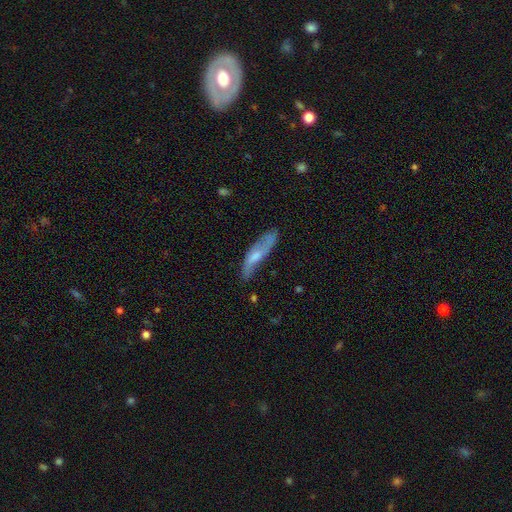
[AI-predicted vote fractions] smooth_or_featured: featured or disk (p=0.55) [alt: smooth p=0.38]
disk_edge_on: no (p=0.58) [alt: yes p=0.42]
merging: none (p=0.67) [alt: minor disturbance p=0.24]